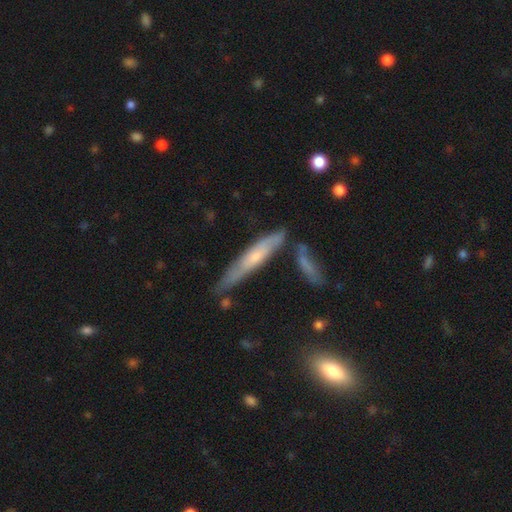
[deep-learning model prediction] Q: Smooth or featured?
A: featured or disk (50%); runner-up: smooth (44%)
Q: Merging?
A: none (65%); runner-up: minor disturbance (21%)